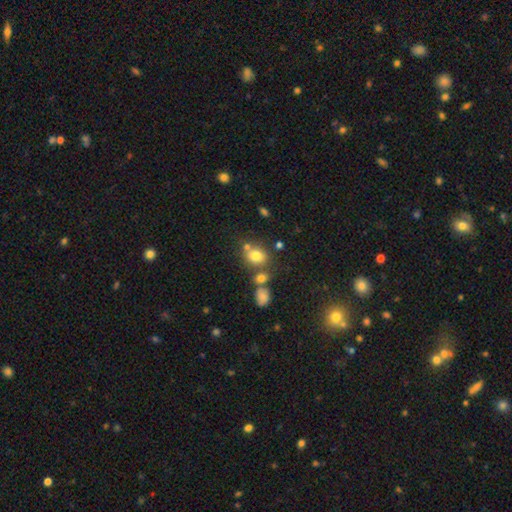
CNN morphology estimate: smooth_or_featured: smooth (p=0.76) [alt: star or artifact p=0.14]
how_rounded: round (p=0.62) [alt: in between p=0.37]
merging: none (p=0.58) [alt: merger p=0.24]